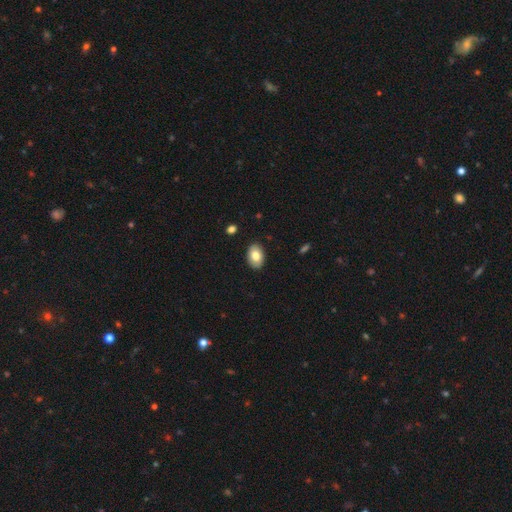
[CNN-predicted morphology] Smooth or featured?
  - smooth: 77% *
  - featured or disk: 15%
  - star or artifact: 7%
How rounded?
  - in between: 87% *
  - round: 12%
  - cigar-shaped: 1%
Merging?
  - none: 88% *
  - minor disturbance: 9%
  - major disturbance: 2%
  - merger: 1%